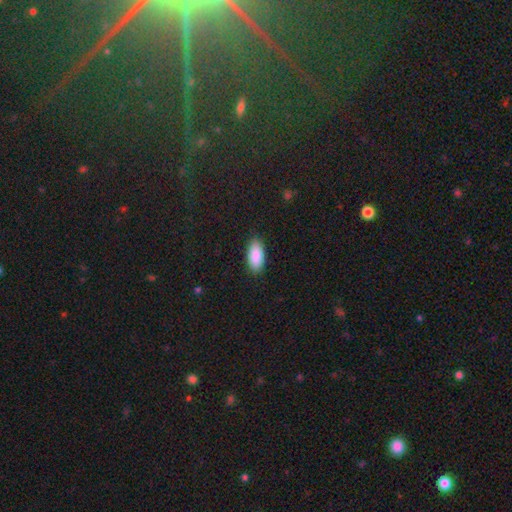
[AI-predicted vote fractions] smooth_or_featured: smooth (p=0.90) [alt: star or artifact p=0.06]
how_rounded: in between (p=0.91) [alt: cigar-shaped p=0.07]
merging: none (p=0.88) [alt: minor disturbance p=0.09]